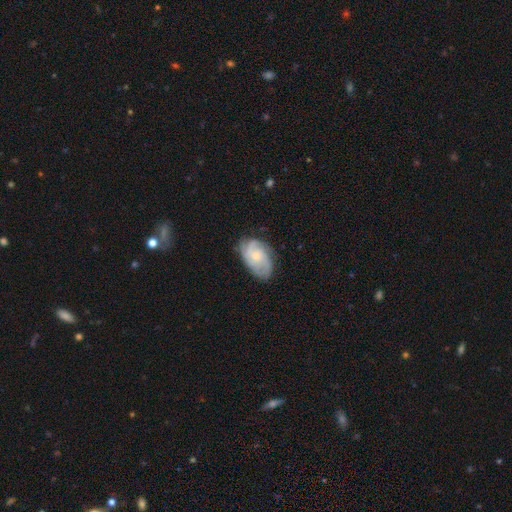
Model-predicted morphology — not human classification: featured or disk 74%, smooth 20%, star or artifact 6%. Down the decision tree: edge-on disk — no (97%); bar — no (76%); spiral arms — yes (94%); spiral arm count — 3 (36%); spiral winding — tight (52%); bulge size — small (59%); merging — none (74%).